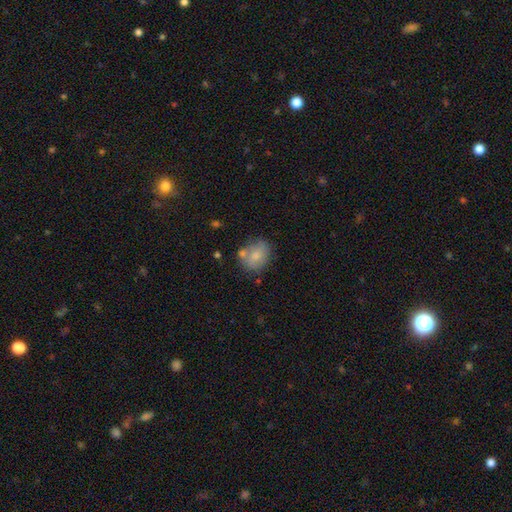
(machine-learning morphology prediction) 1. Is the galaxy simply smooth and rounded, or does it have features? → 75% smooth, 17% featured or disk, 8% star or artifact.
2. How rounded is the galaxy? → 51% in between, 48% round, 1% cigar-shaped.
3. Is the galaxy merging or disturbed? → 58% none, 21% minor disturbance, 15% merger, 6% major disturbance.